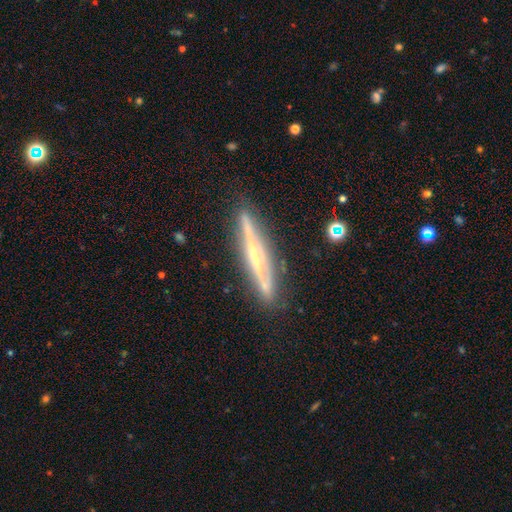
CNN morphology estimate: featured or disk 70%, smooth 23%, star or artifact 7%. Down the decision tree: edge-on disk — yes (94%); edge-on bulge — none (58%); merging — none (84%).